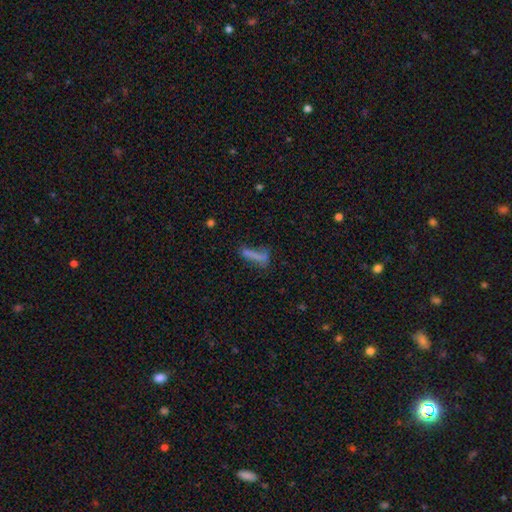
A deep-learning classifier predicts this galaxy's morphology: Overall: smooth (64%). How rounded: cigar-shaped (77%). Merging: none (50%; minor disturbance 21%).